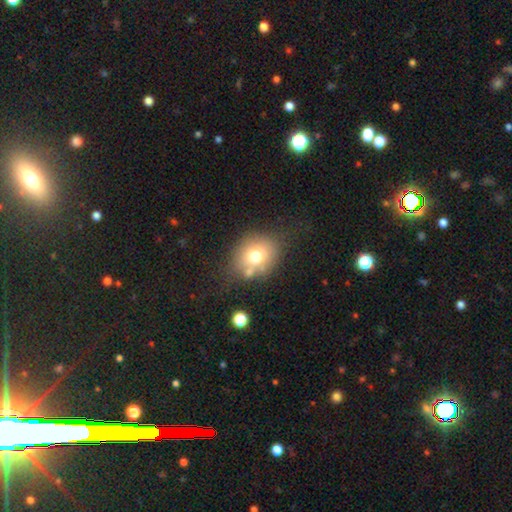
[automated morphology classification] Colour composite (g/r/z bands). It shows a smooth galaxy with no disk features (71%) that is round (59%). Merging: none (62%).